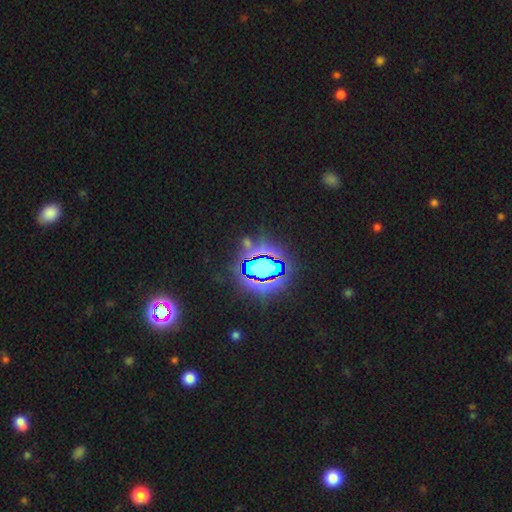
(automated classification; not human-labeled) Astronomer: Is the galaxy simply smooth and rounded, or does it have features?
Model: star or artifact — 82%.